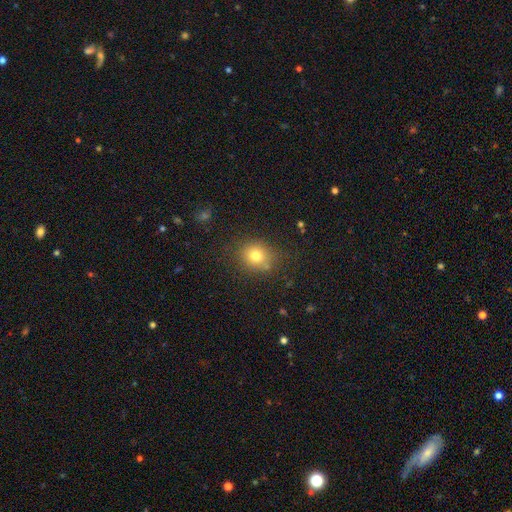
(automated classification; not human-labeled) smooth 76%, star or artifact 15%, featured or disk 10%. Down the decision tree: how rounded — round (76%); merging — none (80%).